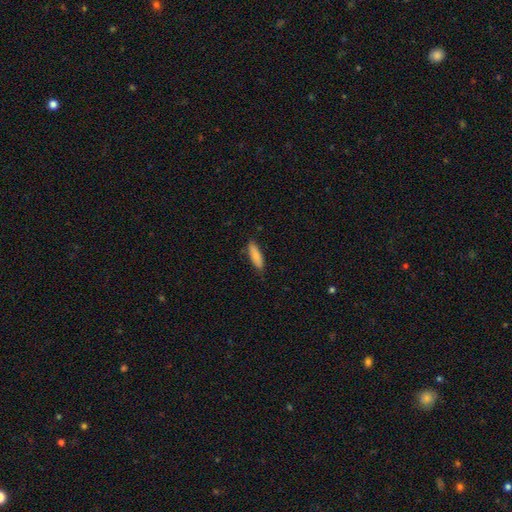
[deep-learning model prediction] smooth 85%, featured or disk 9%, star or artifact 6%. Down the decision tree: how rounded — cigar-shaped (60%); merging — none (82%).